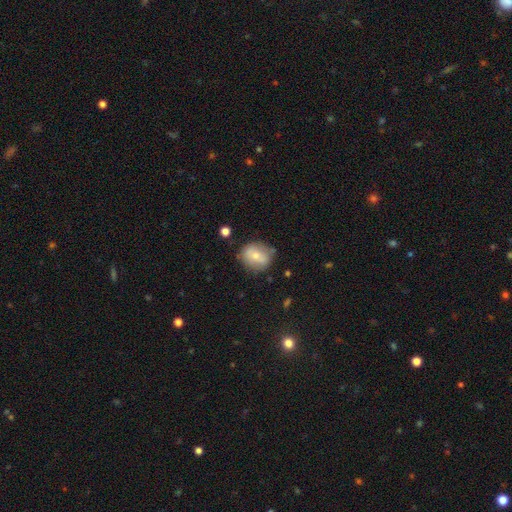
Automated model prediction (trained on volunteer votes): The model was most divided on "how rounded": round: 66%, in between: 33%, cigar-shaped: 1%. More confident: merging — none (69%); smooth or featured — smooth (68%).